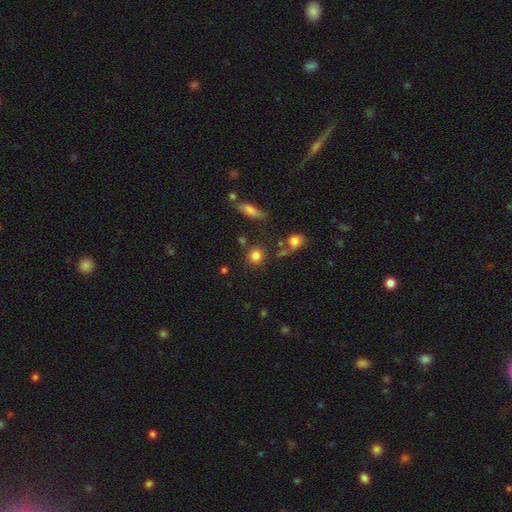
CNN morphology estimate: Smooth or featured? Predicted: smooth (p=0.81). How rounded? Predicted: round (p=0.85). Merging? Predicted: none (p=0.75).